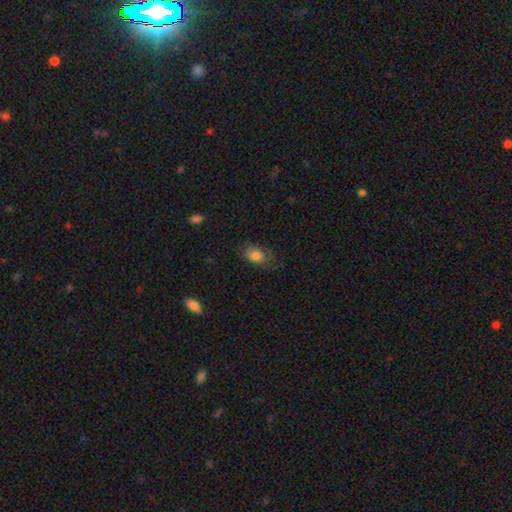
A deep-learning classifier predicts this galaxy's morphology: A smooth galaxy with no disk features (80%) that is in between round and cigar-shaped (78%).

Vote fractions:
- Smooth or featured? smooth: 80% / featured or disk: 11% / star or artifact: 9%
- How rounded? in between: 78% / round: 20% / cigar-shaped: 2%
- Merging? none: 59% / minor disturbance: 26% / major disturbance: 13% / merger: 2%